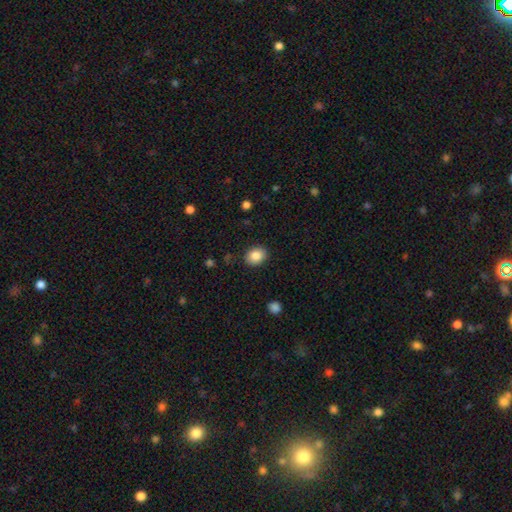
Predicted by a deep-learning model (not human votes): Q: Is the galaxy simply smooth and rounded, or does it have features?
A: smooth — 86%.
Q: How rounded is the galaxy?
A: in between — 56%.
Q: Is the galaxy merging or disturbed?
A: none — 87%.